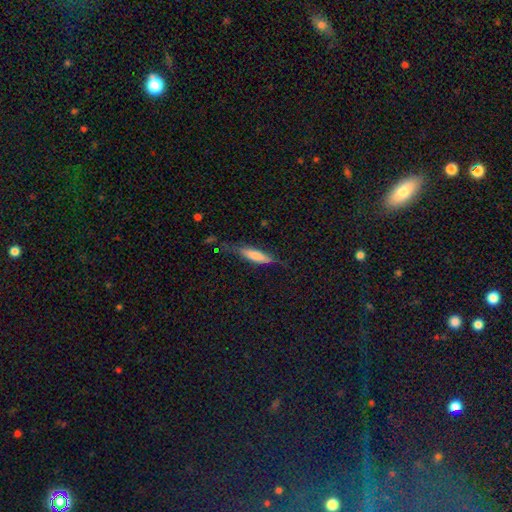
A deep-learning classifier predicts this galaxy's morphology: The model was most divided on "merging": none: 62%, minor disturbance: 25%, major disturbance: 11%, merger: 2%. More confident: smooth or featured — smooth (71%); how rounded — cigar-shaped (71%).